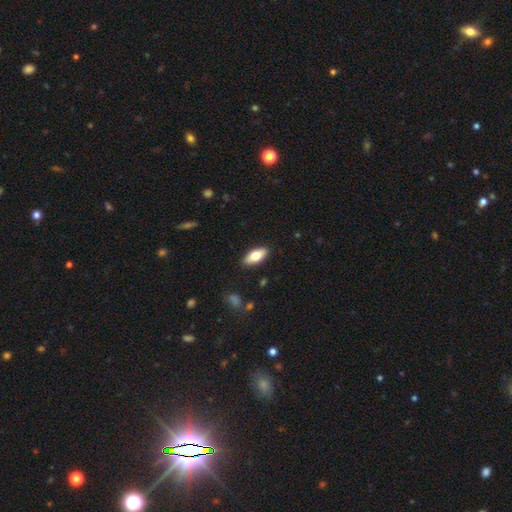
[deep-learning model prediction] Morphology: type=smooth (72%); roundness=in between (85%); merging=none (88%).